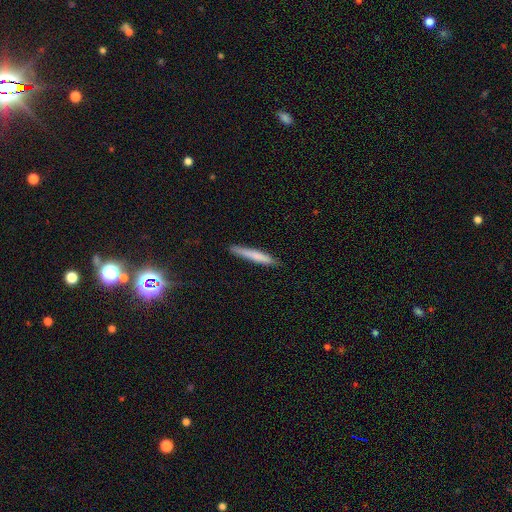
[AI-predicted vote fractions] Q: Smooth or featured?
A: smooth (73%); runner-up: featured or disk (21%)
Q: How rounded?
A: cigar-shaped (95%); runner-up: in between (4%)
Q: Merging?
A: none (85%); runner-up: minor disturbance (12%)